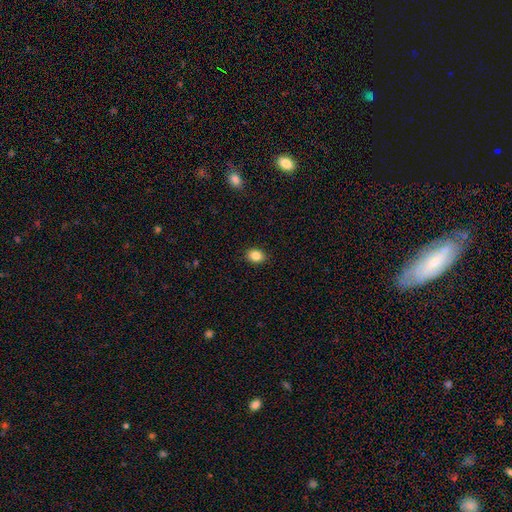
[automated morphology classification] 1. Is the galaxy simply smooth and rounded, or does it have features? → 86% smooth, 10% star or artifact, 4% featured or disk.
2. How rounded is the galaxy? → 58% in between, 41% round, 1% cigar-shaped.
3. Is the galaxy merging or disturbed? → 90% none, 7% minor disturbance, 2% major disturbance, 1% merger.